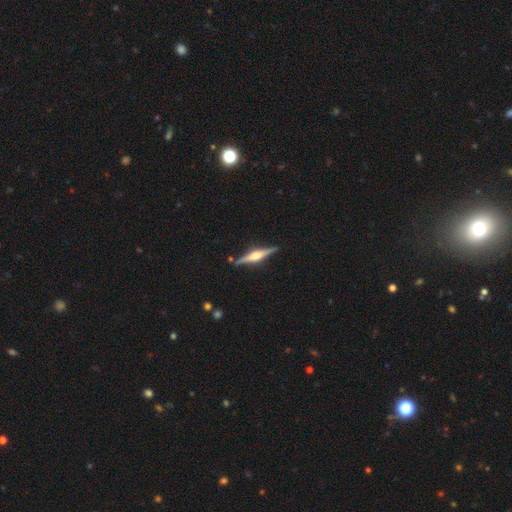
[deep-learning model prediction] featured or disk 80%, smooth 15%, star or artifact 5%. Down the decision tree: edge-on disk — yes (98%); edge-on bulge — rounded (91%); merging — none (88%).